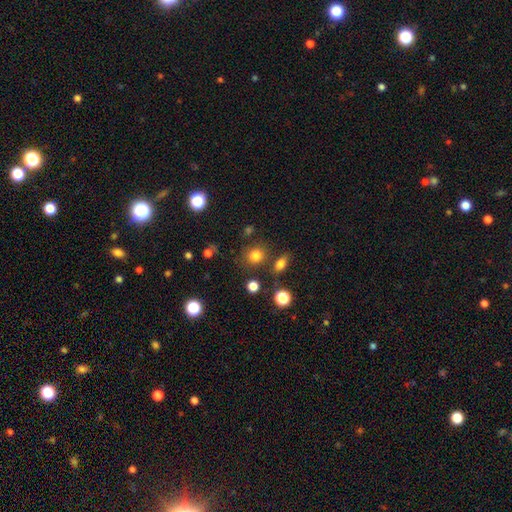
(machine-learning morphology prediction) A smooth galaxy with no disk features (79%) that is round (77%).

Vote fractions:
- Smooth or featured? smooth: 79% / star or artifact: 14% / featured or disk: 7%
- How rounded? round: 77% / in between: 22% / cigar-shaped: 1%
- Merging? none: 76% / minor disturbance: 11% / merger: 9% / major disturbance: 4%